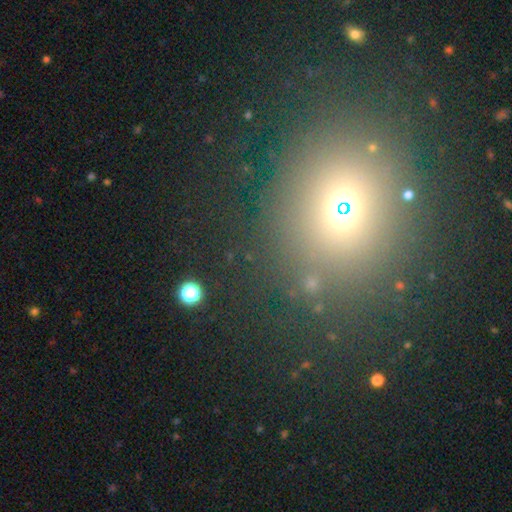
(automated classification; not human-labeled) Smooth or featured: smooth — 47% (star or artifact — 40%)
Merging: none — 76% (minor disturbance — 11%)